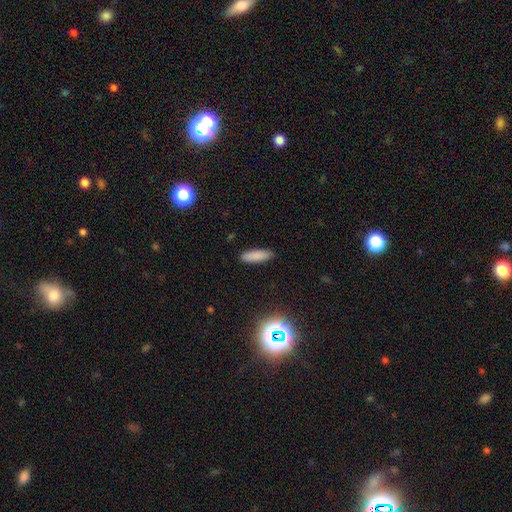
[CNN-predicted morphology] This is clearly a smooth galaxy (85%). How rounded: possibly cigar-shaped (52%). Merging: clearly none (89%).